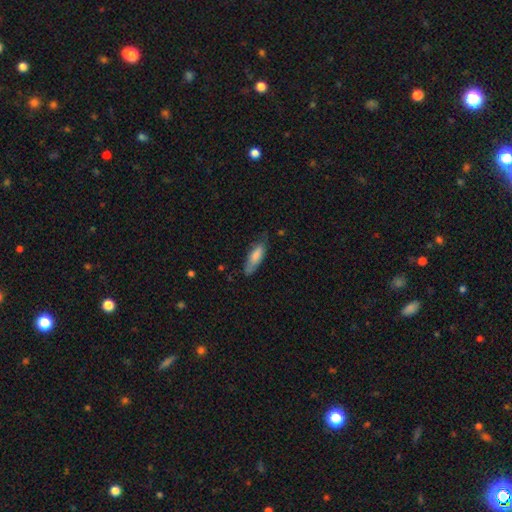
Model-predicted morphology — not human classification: This appears to be a smooth galaxy with no disk features (77%) that is cigar-shaped (50%). Merging: none (63%).